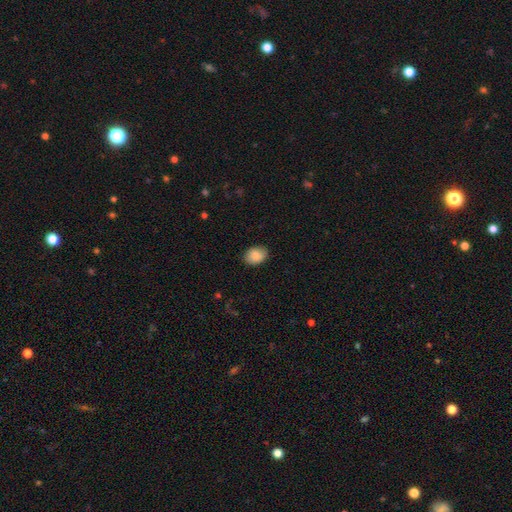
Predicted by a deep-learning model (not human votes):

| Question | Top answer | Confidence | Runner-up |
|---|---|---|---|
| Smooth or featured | smooth | 86% | star or artifact (7%) |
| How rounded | in between | 73% | round (26%) |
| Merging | none | 89% | minor disturbance (8%) |